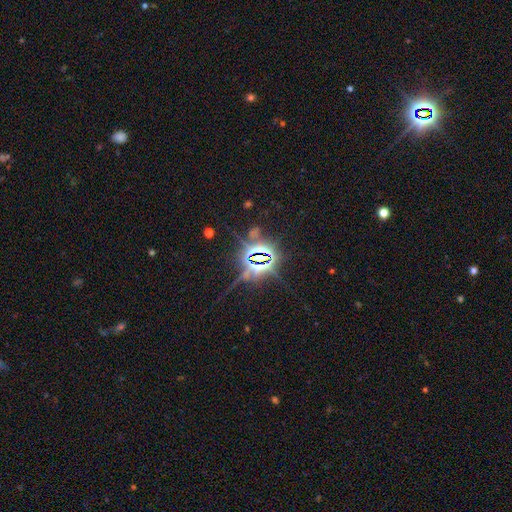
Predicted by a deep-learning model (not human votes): Smooth or featured?
  - star or artifact: 85% *
  - smooth: 8%
  - featured or disk: 7%